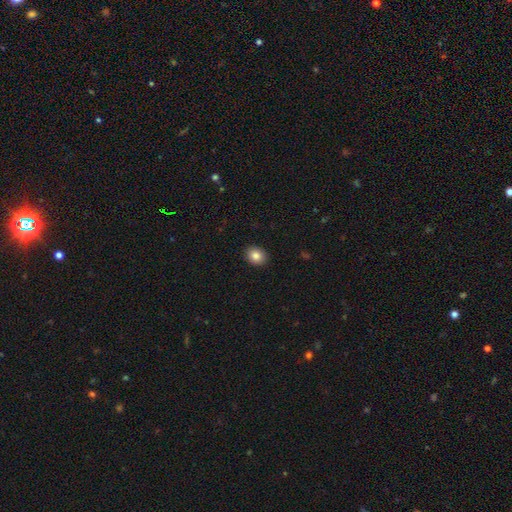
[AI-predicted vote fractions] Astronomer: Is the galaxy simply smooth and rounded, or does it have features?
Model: smooth — 85%.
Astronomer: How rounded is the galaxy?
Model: round — 55% (runner-up: in between, 44%).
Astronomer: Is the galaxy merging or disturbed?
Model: none — 91%.